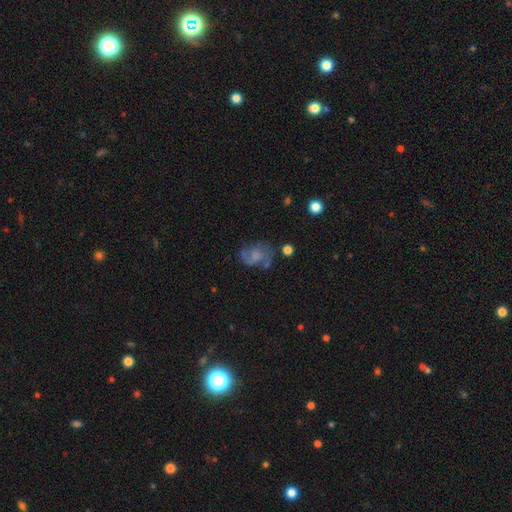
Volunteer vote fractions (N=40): Q: Smooth or featured?
A: featured or disk (65%); runner-up: smooth (30%)
Q: Edge-on disk?
A: no (100%)
Q: Bar?
A: no (73%); runner-up: weak (23%)
Q: Spiral arms?
A: yes (77%); runner-up: no (23%)
Q: Spiral winding?
A: medium (50%); runner-up: loose (30%)
Q: Spiral arm count?
A: 2 (85%); runner-up: 1 (10%)
Q: Bulge size?
A: moderate (31%); runner-up: none (27%)
Q: Merging?
A: none (53%); runner-up: minor disturbance (32%)